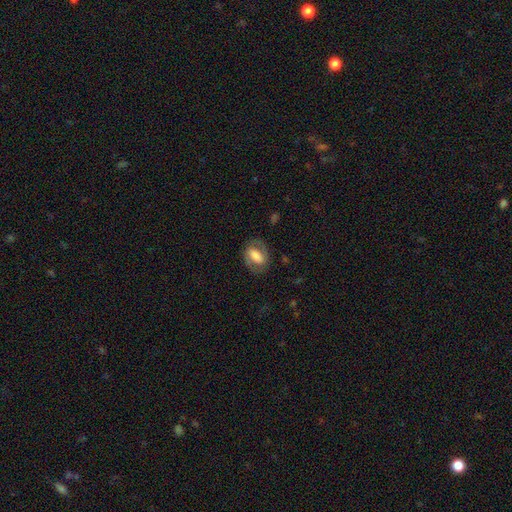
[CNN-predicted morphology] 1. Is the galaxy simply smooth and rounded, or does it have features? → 48% featured or disk, 45% smooth, 7% star or artifact.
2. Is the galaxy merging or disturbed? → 76% none, 15% minor disturbance, 8% major disturbance, 1% merger.